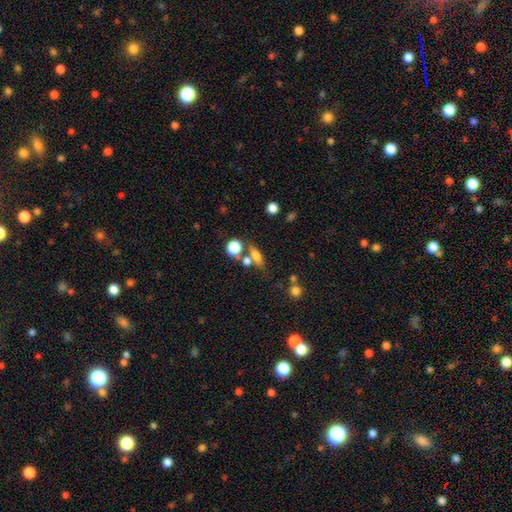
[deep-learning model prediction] smooth-or-featured: smooth: 65% | featured or disk: 22% | star or artifact: 13%
  how-rounded: in between: 48% | cigar-shaped: 36% | round: 16%
  merging: none: 59% | merger: 22% | minor disturbance: 13% | major disturbance: 6%